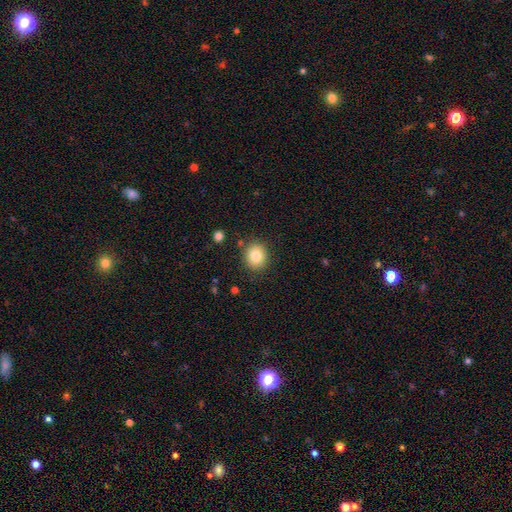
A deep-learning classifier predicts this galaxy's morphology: smooth_or_featured: smooth (p=0.83) [alt: star or artifact p=0.09]
how_rounded: round (p=0.71) [alt: in between p=0.28]
merging: none (p=0.86) [alt: minor disturbance p=0.09]